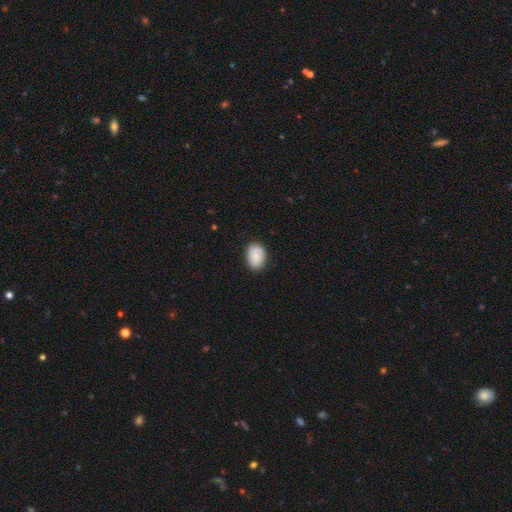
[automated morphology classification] This is clearly a smooth galaxy (87%). How rounded: clearly in between (83%). Merging: clearly none (83%).